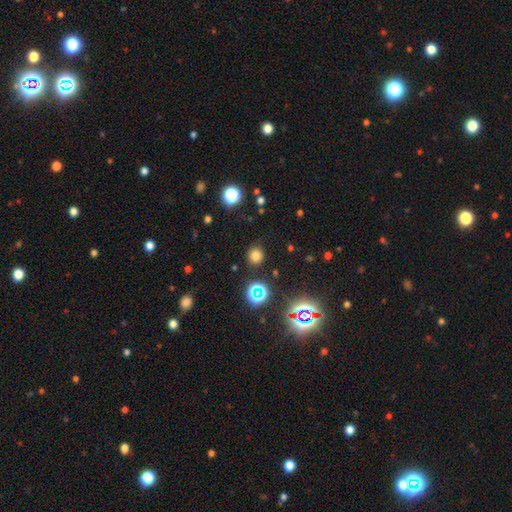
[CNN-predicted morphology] Smooth or featured? smooth (73%)
How rounded? round (88%)
Merging? none (88%)